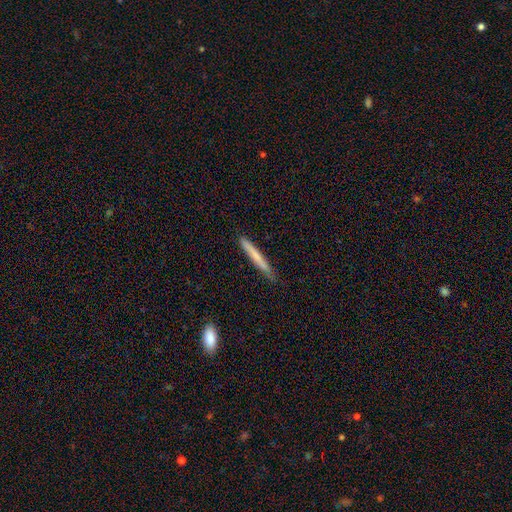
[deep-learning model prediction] Morphology: type=smooth (69%); roundness=cigar-shaped (96%); merging=none (82%).